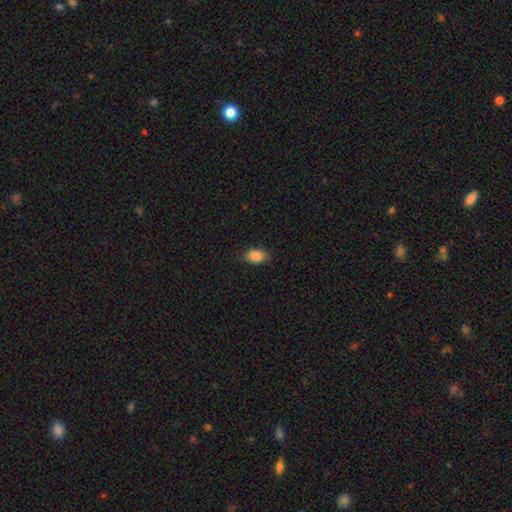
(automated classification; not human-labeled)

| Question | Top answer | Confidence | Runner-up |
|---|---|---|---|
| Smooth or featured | smooth | 87% | star or artifact (8%) |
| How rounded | in between | 86% | round (13%) |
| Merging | none | 82% | minor disturbance (14%) |